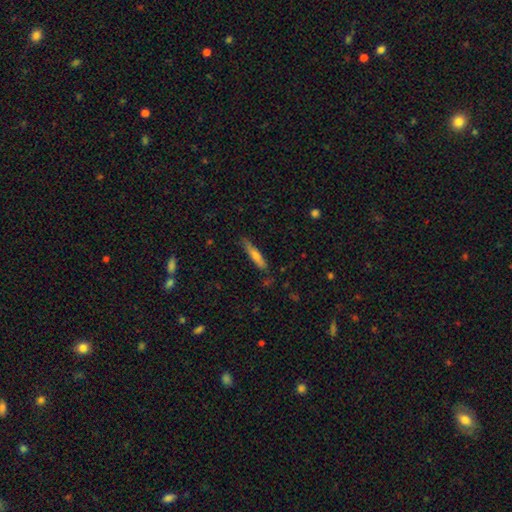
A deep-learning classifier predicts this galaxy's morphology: smooth 58%, featured or disk 36%, star or artifact 6%. Down the decision tree: how rounded — cigar-shaped (88%); merging — none (79%).